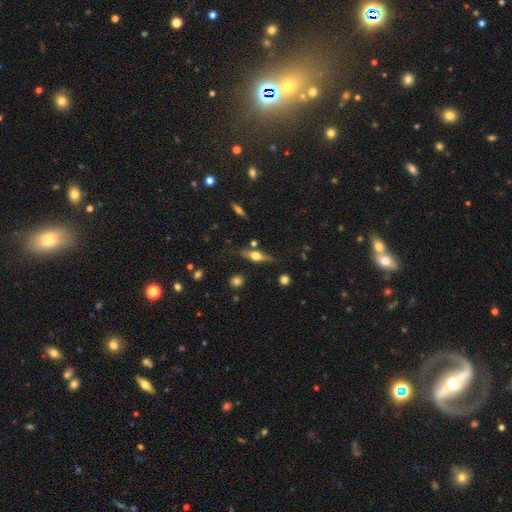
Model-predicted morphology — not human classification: This appears to be a featured or disk galaxy (60%) viewed edge-on (94%) with a rounded central bulge (92%). Merging: none (75%).